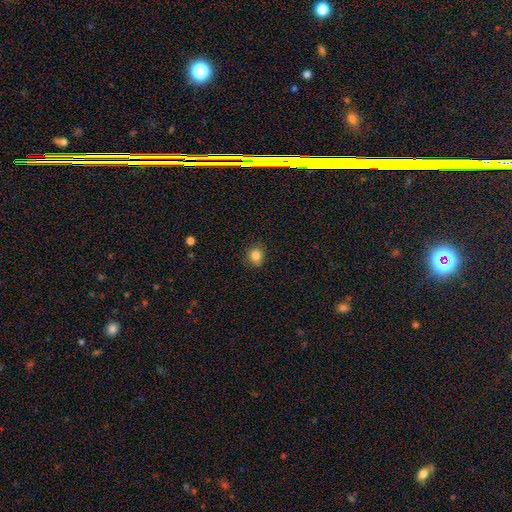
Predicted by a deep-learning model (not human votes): A smooth galaxy with no disk features (83%) that is round (85%). Merging: none (84%).